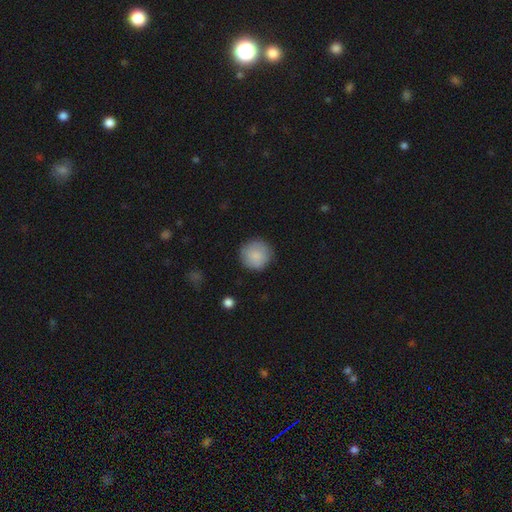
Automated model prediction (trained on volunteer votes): Q: Smooth or featured?
A: smooth (87%); runner-up: star or artifact (7%)
Q: How rounded?
A: round (95%); runner-up: in between (4%)
Q: Merging?
A: none (86%); runner-up: minor disturbance (10%)